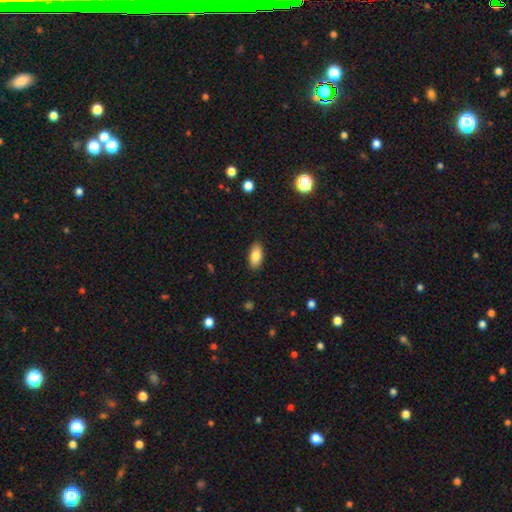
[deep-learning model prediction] A smooth galaxy with no disk features (84%) that is in between round and cigar-shaped (89%).

Vote fractions:
- Smooth or featured? smooth: 84% / featured or disk: 9% / star or artifact: 7%
- How rounded? in between: 89% / cigar-shaped: 8% / round: 3%
- Merging? none: 88% / minor disturbance: 9% / major disturbance: 2% / merger: 1%